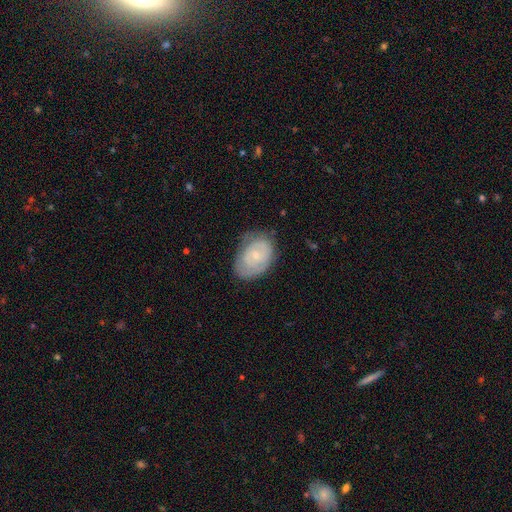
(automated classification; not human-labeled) Smooth or featured: featured or disk — 53% (smooth — 40%)
Edge-on disk: no — 96% (yes — 4%)
Bar: no — 80% (weak — 17%)
Spiral arms: yes — 61% (no — 39%)
Bulge size: small — 70% (moderate — 25%)
Merging: none — 67% (minor disturbance — 24%)